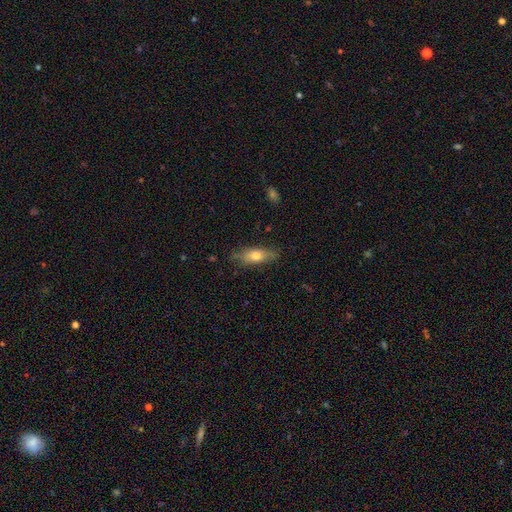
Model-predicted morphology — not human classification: smooth 66%, featured or disk 28%, star or artifact 7%. Down the decision tree: how rounded — in between (57%); merging — none (79%).